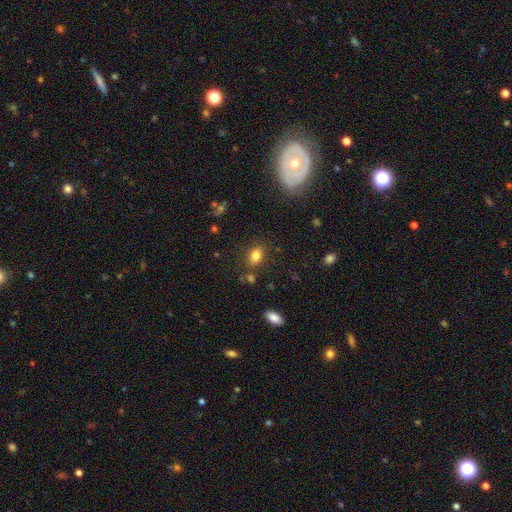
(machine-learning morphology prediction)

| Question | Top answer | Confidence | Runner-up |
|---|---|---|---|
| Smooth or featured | smooth | 81% | star or artifact (11%) |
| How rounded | in between | 78% | round (20%) |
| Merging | none | 79% | minor disturbance (12%) |